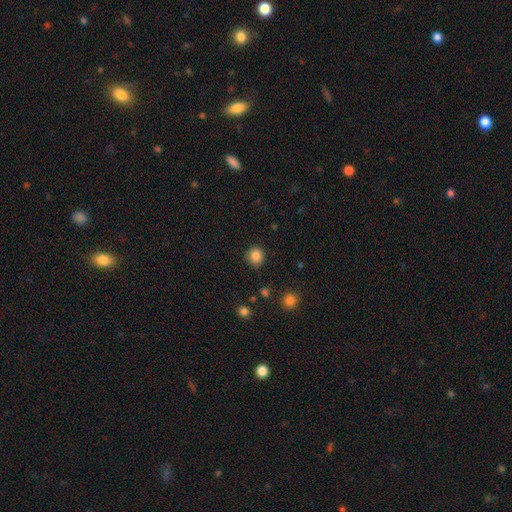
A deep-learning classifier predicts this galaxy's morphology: A smooth galaxy with no disk features (85%) that is round (88%).

Vote fractions:
- Smooth or featured? smooth: 85% / star or artifact: 11% / featured or disk: 4%
- How rounded? round: 88% / in between: 11% / cigar-shaped: 1%
- Merging? none: 89% / minor disturbance: 8% / major disturbance: 2% / merger: 1%